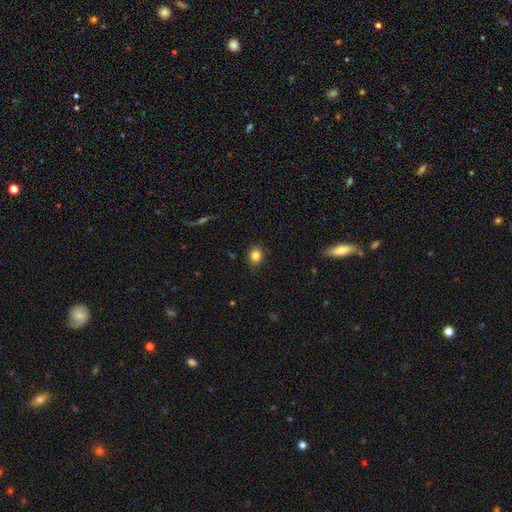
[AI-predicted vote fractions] smooth-or-featured: smooth: 83% | star or artifact: 11% | featured or disk: 6%
  how-rounded: round: 65% | in between: 34% | cigar-shaped: 1%
  merging: none: 84% | minor disturbance: 12% | major disturbance: 2% | merger: 1%